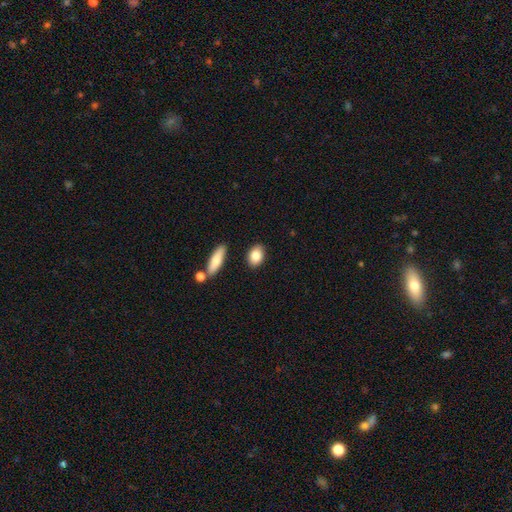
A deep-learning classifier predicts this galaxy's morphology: A smooth galaxy with no disk features (82%) that is in between round and cigar-shaped (81%).

Vote fractions:
- Smooth or featured? smooth: 82% / featured or disk: 11% / star or artifact: 7%
- How rounded? in between: 81% / round: 16% / cigar-shaped: 3%
- Merging? none: 85% / minor disturbance: 9% / merger: 4% / major disturbance: 2%